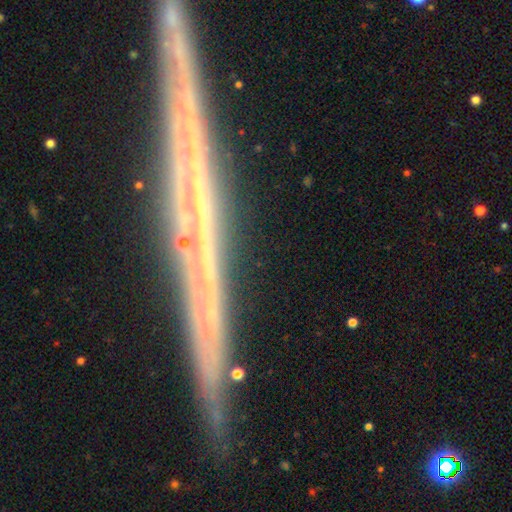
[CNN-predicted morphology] Smooth or featured: featured or disk — 61% (star or artifact — 23%)
Edge-on disk: yes — 91% (no — 9%)
Edge-on bulge: none — 65% (rounded — 23%)
Merging: none — 86% (minor disturbance — 10%)